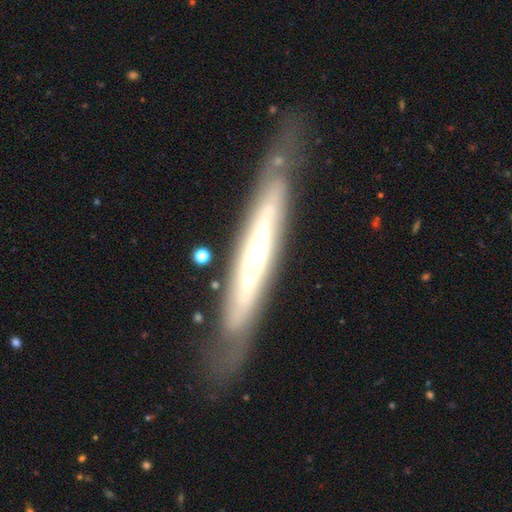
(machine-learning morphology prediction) A featured or disk galaxy (75%) viewed edge-on (67%). Merging: none (68%).